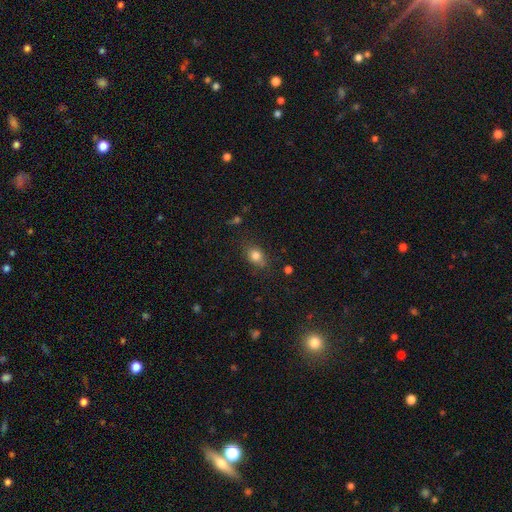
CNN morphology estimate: Smooth or featured: smooth — 81% (star or artifact — 10%)
How rounded: in between — 58% (round — 40%)
Merging: none — 70% (minor disturbance — 22%)